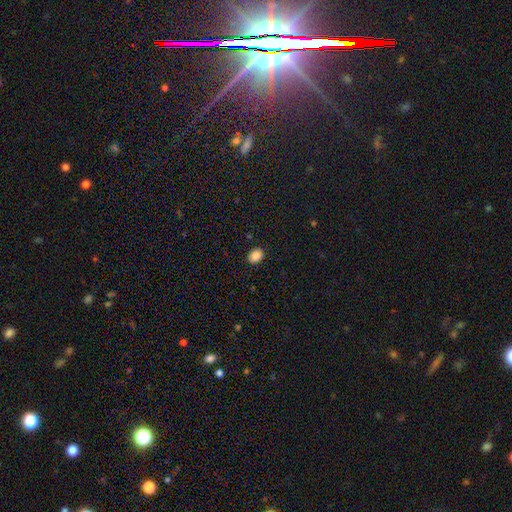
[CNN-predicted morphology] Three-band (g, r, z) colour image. It shows a smooth galaxy with no disk features (86%) that is in between round and cigar-shaped (63%). Merging: none (89%).